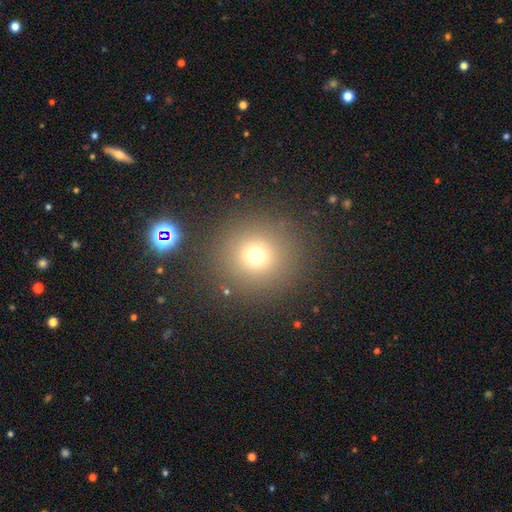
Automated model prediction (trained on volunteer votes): A smooth galaxy with no disk features (71%) that is round (94%). Merging: none (86%).